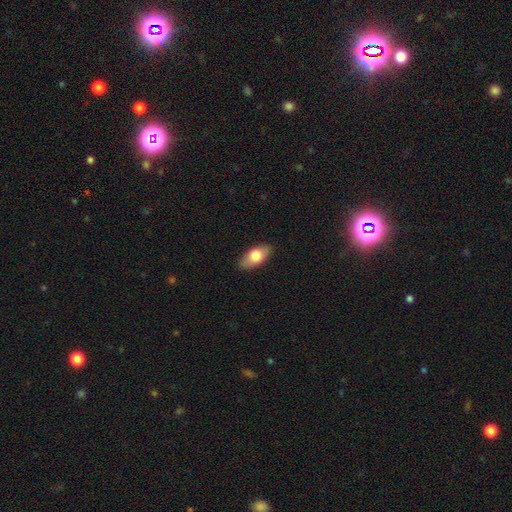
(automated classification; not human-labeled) smooth_or_featured: smooth (p=0.73) [alt: featured or disk p=0.20]
how_rounded: in between (p=0.89) [alt: cigar-shaped p=0.07]
merging: none (p=0.87) [alt: minor disturbance p=0.10]